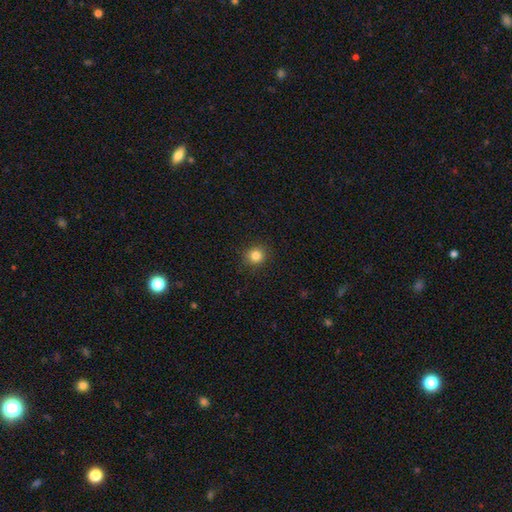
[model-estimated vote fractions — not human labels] Smooth or featured? Predicted: smooth (p=0.84). How rounded? Predicted: round (p=0.89). Merging? Predicted: none (p=0.90).